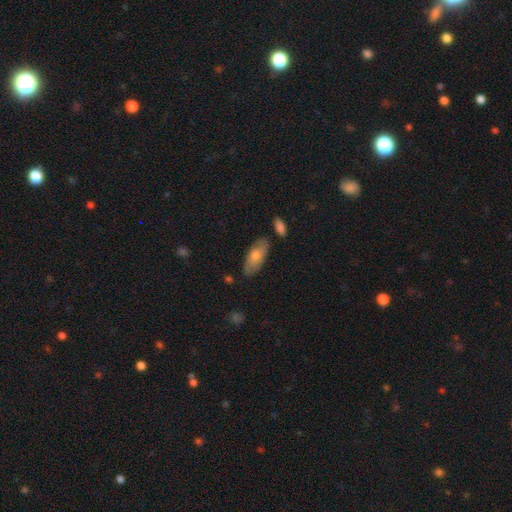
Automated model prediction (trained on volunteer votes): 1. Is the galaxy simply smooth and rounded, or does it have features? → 65% smooth, 28% featured or disk, 7% star or artifact.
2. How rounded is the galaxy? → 85% in between, 13% cigar-shaped, 2% round.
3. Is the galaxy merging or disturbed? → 77% none, 16% minor disturbance, 4% merger, 3% major disturbance.